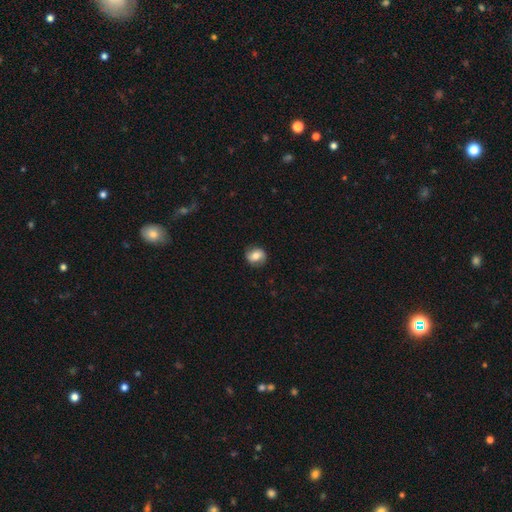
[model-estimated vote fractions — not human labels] smooth_or_featured: smooth (p=0.64) [alt: featured or disk p=0.26]
how_rounded: round (p=0.68) [alt: in between p=0.30]
merging: none (p=0.84) [alt: minor disturbance p=0.12]